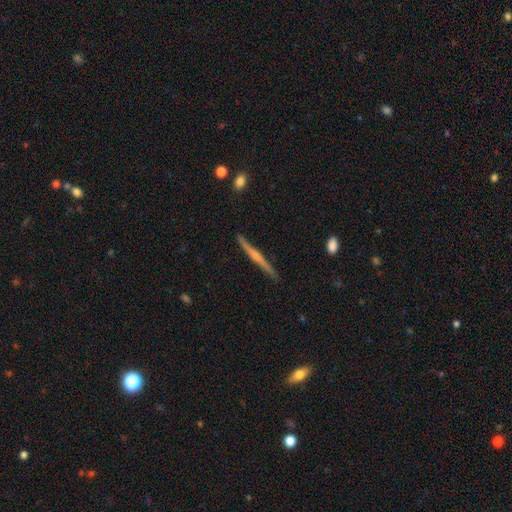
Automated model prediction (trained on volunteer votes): A featured or disk galaxy (69%) viewed edge-on (98%) with a rounded central bulge (57%).

Vote fractions:
- Smooth or featured? featured or disk: 69% / smooth: 25% / star or artifact: 6%
- Edge-on disk? yes: 98% / no: 2%
- Edge-on bulge? rounded: 57% / none: 30% / boxy: 13%
- Merging? none: 89% / minor disturbance: 8% / major disturbance: 1% / merger: 1%